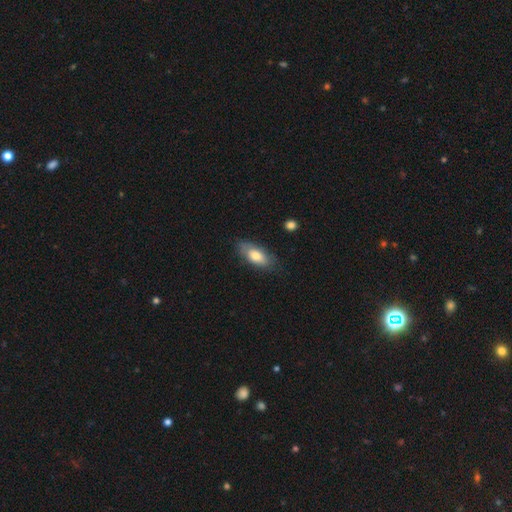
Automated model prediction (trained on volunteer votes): smooth 73%, featured or disk 21%, star or artifact 6%. Down the decision tree: how rounded — in between (85%); merging — none (74%).